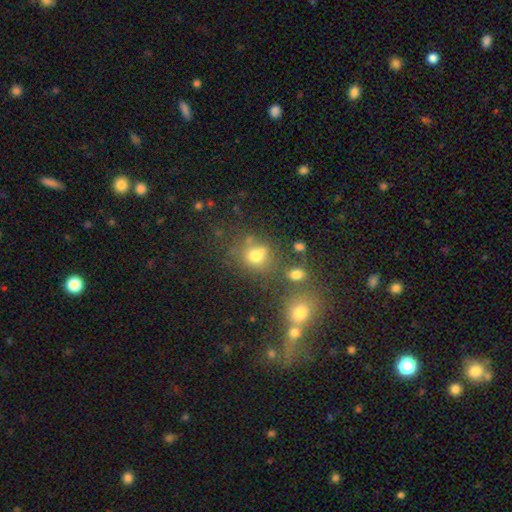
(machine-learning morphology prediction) Overall: smooth (70%). How rounded: round (71%). Merging: none (57%; merger 21%).